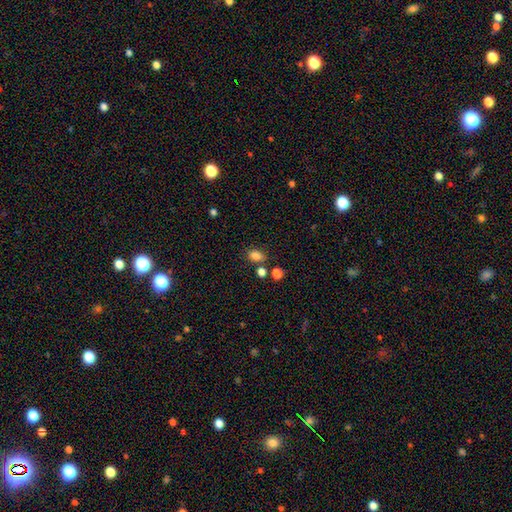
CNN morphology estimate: This is clearly a smooth galaxy (82%). How rounded: likely in between (76%). Merging: likely none (72%).